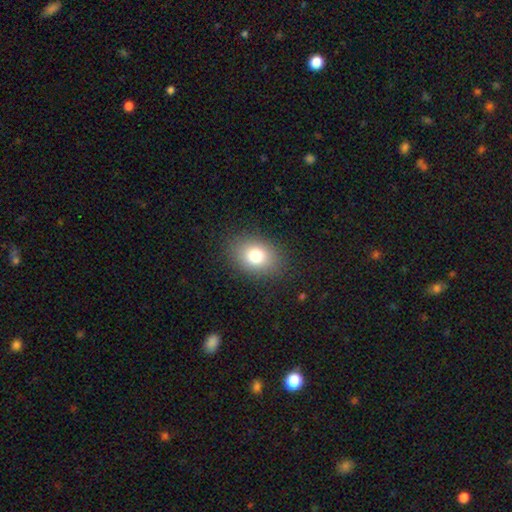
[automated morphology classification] This is likely a smooth galaxy (78%). How rounded: likely in between (66%). Merging: clearly none (86%).